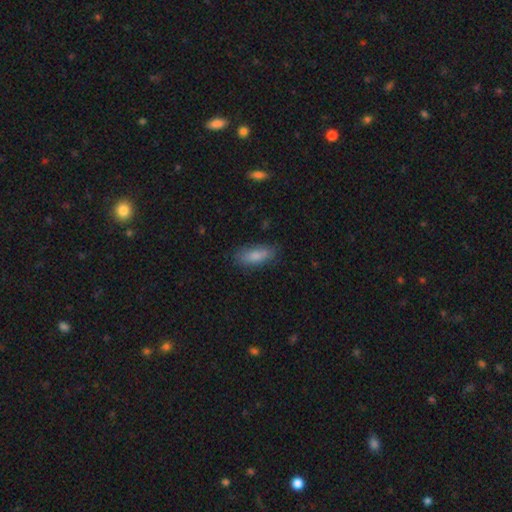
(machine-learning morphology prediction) smooth 83%, featured or disk 10%, star or artifact 7%. Down the decision tree: how rounded — in between (78%); merging — none (77%).